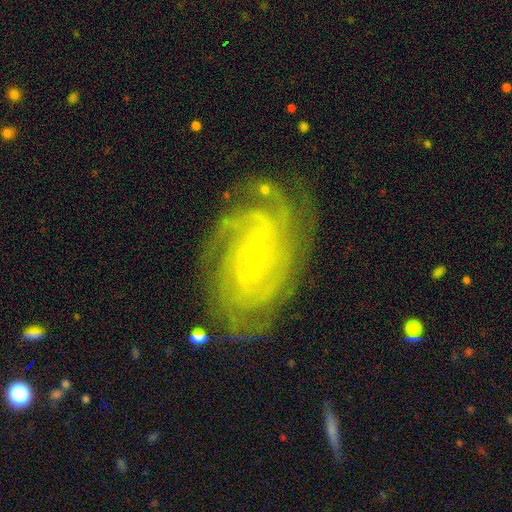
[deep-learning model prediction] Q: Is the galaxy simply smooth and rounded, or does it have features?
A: featured or disk — 90%.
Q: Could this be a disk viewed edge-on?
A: no — 96%.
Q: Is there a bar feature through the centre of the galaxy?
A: weak — 45%.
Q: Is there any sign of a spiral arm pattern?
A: yes — 97%.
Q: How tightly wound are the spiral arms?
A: tight — 69%.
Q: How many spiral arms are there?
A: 4 — 30%.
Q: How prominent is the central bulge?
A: small — 83%.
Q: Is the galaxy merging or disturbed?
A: none — 76%.